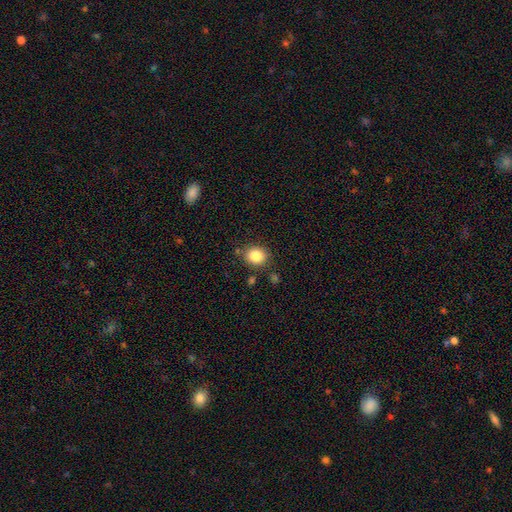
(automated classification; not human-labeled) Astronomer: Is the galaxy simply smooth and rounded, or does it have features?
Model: smooth — 85%.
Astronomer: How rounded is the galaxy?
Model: round — 69%.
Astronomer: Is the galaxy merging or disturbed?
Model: none — 81%.